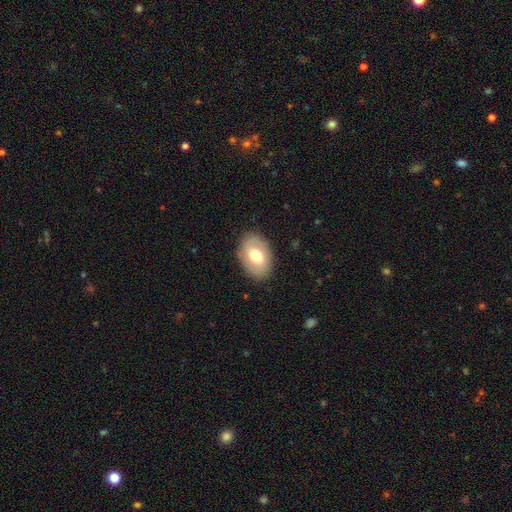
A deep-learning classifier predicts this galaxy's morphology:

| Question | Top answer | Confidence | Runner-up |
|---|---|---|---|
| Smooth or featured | smooth | 64% | featured or disk (29%) |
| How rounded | in between | 85% | round (14%) |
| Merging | none | 85% | minor disturbance (11%) |